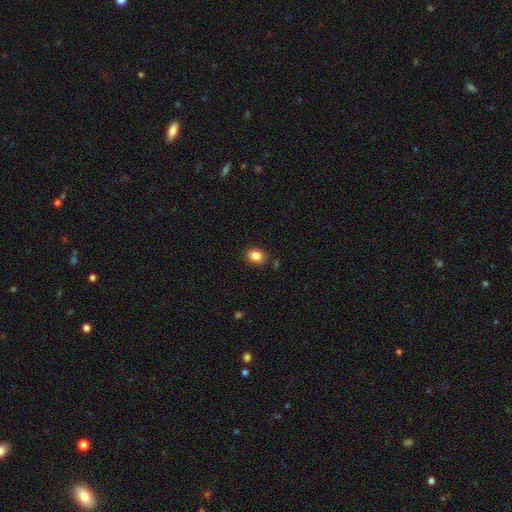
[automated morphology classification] The model was most divided on "how rounded": round: 52%, in between: 47%, cigar-shaped: 1%. More confident: merging — none (86%); smooth or featured — smooth (85%).